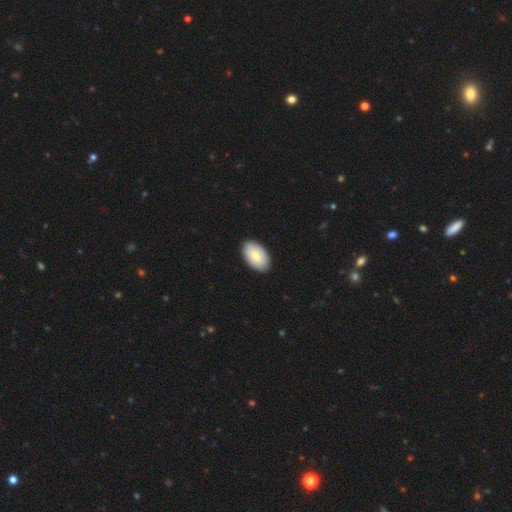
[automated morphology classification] smooth-or-featured: smooth: 80% | featured or disk: 14% | star or artifact: 5%
  how-rounded: in between: 95% | round: 4% | cigar-shaped: 1%
  merging: none: 90% | minor disturbance: 8% | major disturbance: 2% | merger: 1%